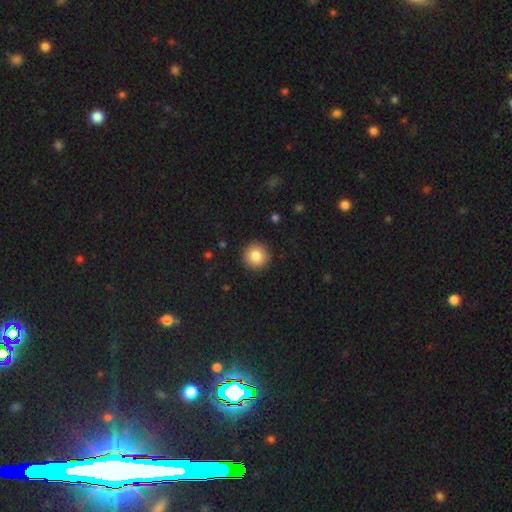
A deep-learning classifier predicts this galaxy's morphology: Q: Smooth or featured?
A: smooth (84%); runner-up: star or artifact (9%)
Q: How rounded?
A: round (95%); runner-up: in between (4%)
Q: Merging?
A: none (92%); runner-up: minor disturbance (5%)